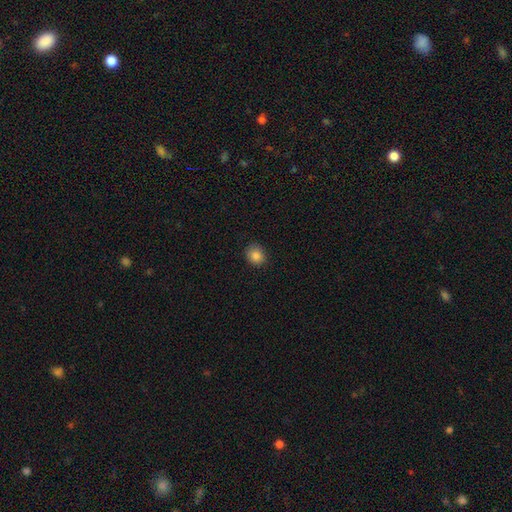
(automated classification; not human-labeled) Smooth or featured?
  - smooth: 84% *
  - star or artifact: 10%
  - featured or disk: 5%
How rounded?
  - round: 70% *
  - in between: 29%
  - cigar-shaped: 1%
Merging?
  - none: 83% *
  - minor disturbance: 13%
  - major disturbance: 2%
  - merger: 1%